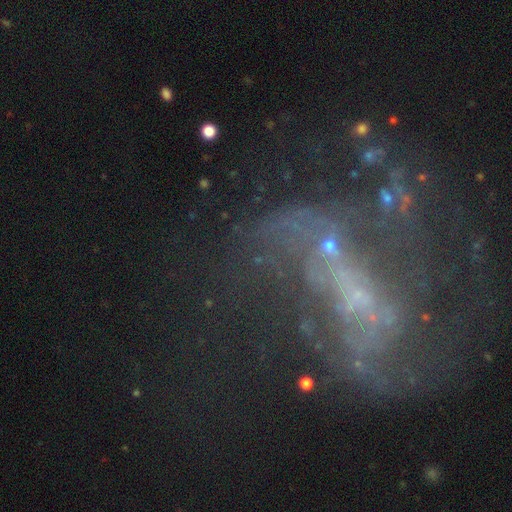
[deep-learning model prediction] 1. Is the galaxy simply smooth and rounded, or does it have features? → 72% featured or disk, 19% star or artifact, 9% smooth.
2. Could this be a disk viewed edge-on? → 96% no, 4% yes.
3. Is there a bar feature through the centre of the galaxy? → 44% no, 35% weak, 21% strong.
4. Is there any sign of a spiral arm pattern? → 69% yes, 31% no.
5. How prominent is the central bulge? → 45% none, 42% small, 9% moderate, 2% large, 1% dominant.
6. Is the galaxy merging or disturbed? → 43% none, 35% major disturbance, 16% minor disturbance, 7% merger.